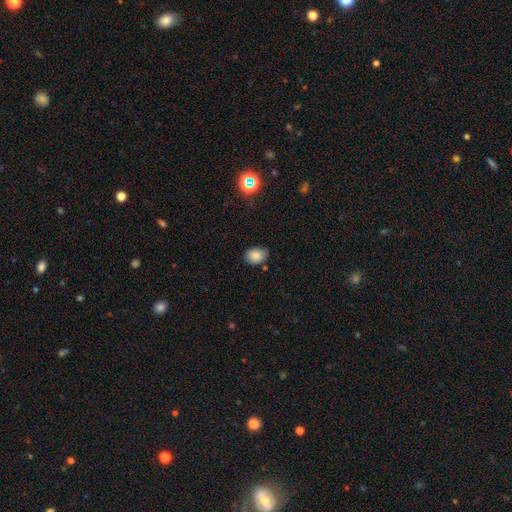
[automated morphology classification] Smooth or featured?
  - smooth: 84% *
  - star or artifact: 10%
  - featured or disk: 6%
How rounded?
  - in between: 70% *
  - round: 29%
  - cigar-shaped: 1%
Merging?
  - none: 76% *
  - minor disturbance: 19%
  - major disturbance: 3%
  - merger: 2%